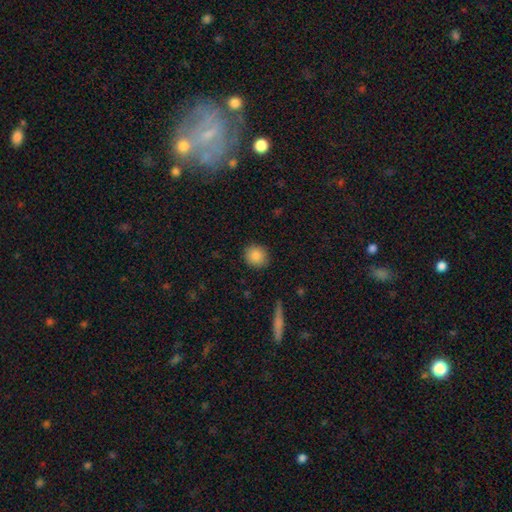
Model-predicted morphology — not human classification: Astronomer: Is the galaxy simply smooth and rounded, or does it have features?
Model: smooth — 87%.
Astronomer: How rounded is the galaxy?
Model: round — 85%.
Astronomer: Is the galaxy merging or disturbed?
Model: none — 90%.